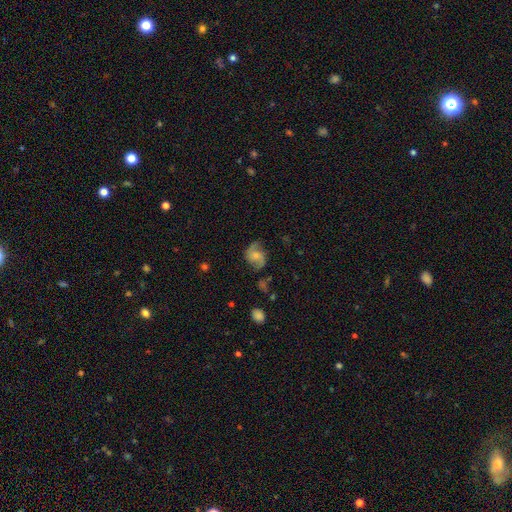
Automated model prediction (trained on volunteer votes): Smooth or featured? Predicted: featured or disk (p=0.65). Edge-on disk? Predicted: no (p=0.97). Bar? Predicted: no (p=0.60). Spiral arms? Predicted: yes (p=0.92). Spiral winding? Predicted: loose (p=0.45). Spiral arm count? Predicted: 2 (p=0.88). Bulge size? Predicted: small (p=0.44). Merging? Predicted: none (p=0.65).